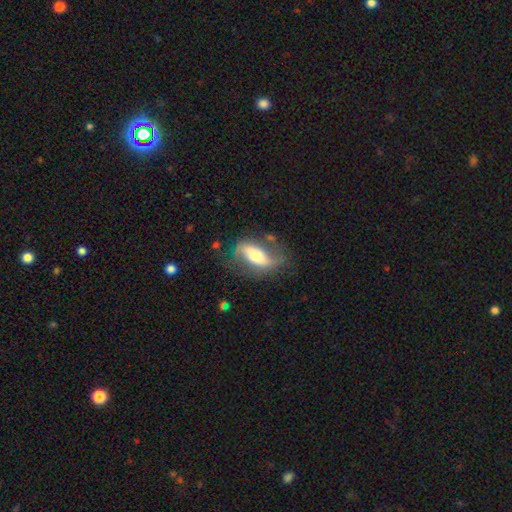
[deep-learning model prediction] This appears to be a featured or disk galaxy (63%) with a strong bar (42%), spiral arms (75%) and a moderate central bulge (57%). Merging: none (62%).